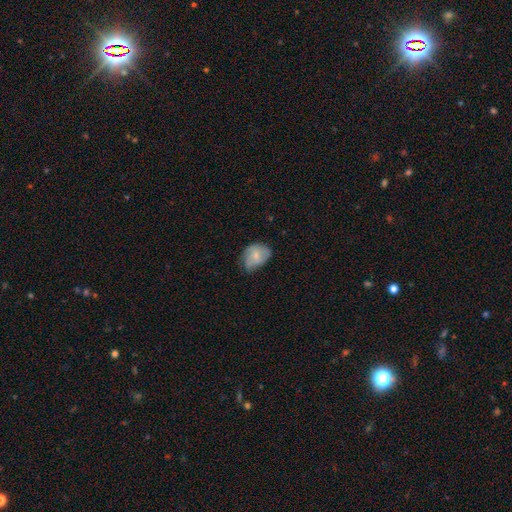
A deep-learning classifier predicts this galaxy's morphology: Smooth or featured? smooth (67%)
How rounded? in between (65%)
Merging? none (44%)